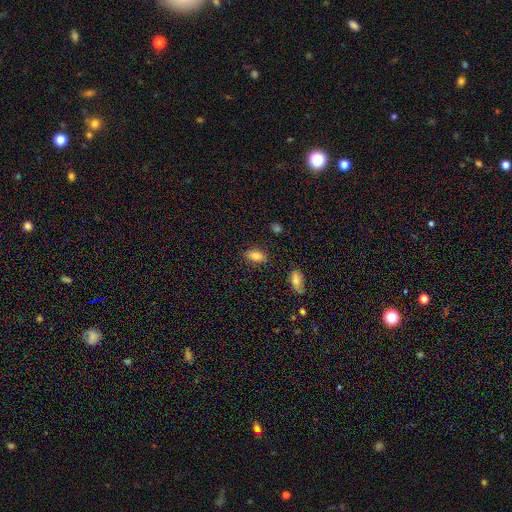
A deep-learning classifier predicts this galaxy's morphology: This appears to be a smooth galaxy with no disk features (83%) that is in between round and cigar-shaped (89%). Merging: none (84%).